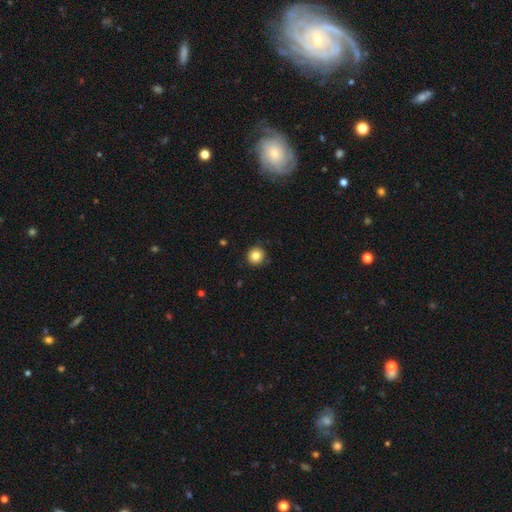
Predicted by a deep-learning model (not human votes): Smooth or featured: smooth — 83% (star or artifact — 11%)
How rounded: round — 95% (in between — 4%)
Merging: none — 90% (minor disturbance — 7%)